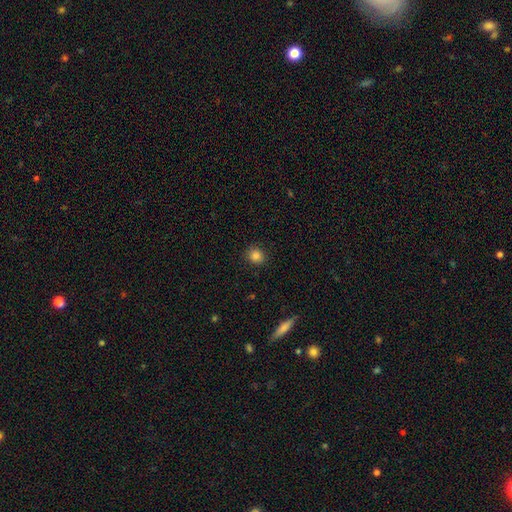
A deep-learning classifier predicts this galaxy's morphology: smooth 85%, star or artifact 12%, featured or disk 4%. Down the decision tree: how rounded — round (83%); merging — none (90%).